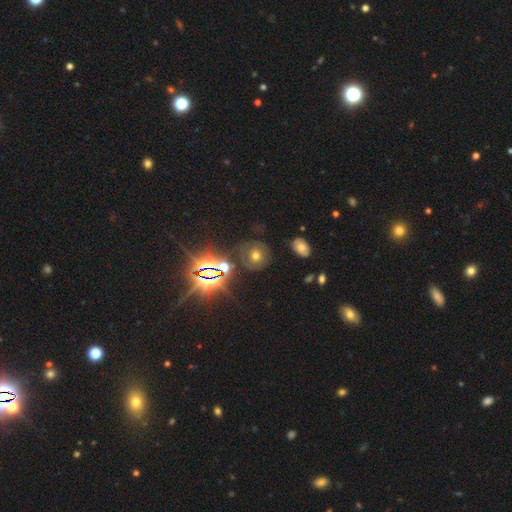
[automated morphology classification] type=smooth (39%); merging=none (76%).